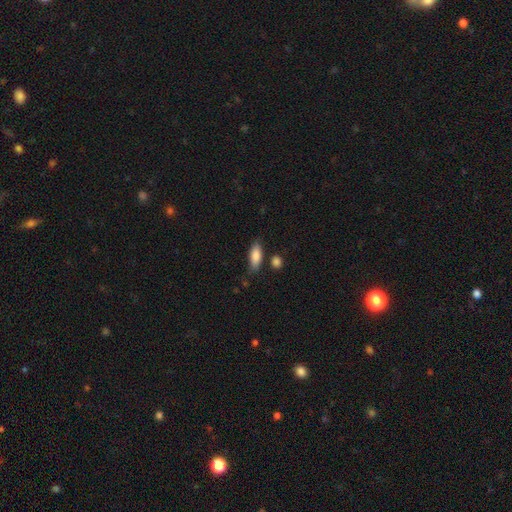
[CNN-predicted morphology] A smooth galaxy with no disk features (83%) that is in between round and cigar-shaped (76%).

Vote fractions:
- Smooth or featured? smooth: 83% / featured or disk: 10% / star or artifact: 7%
- How rounded? in between: 76% / cigar-shaped: 21% / round: 3%
- Merging? none: 73% / minor disturbance: 17% / merger: 5% / major disturbance: 4%